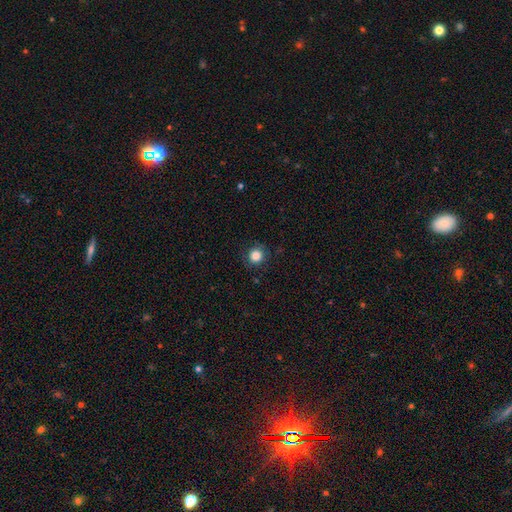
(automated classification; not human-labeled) Smooth or featured? Predicted: smooth (p=0.85). How rounded? Predicted: round (p=0.91). Merging? Predicted: none (p=0.88).